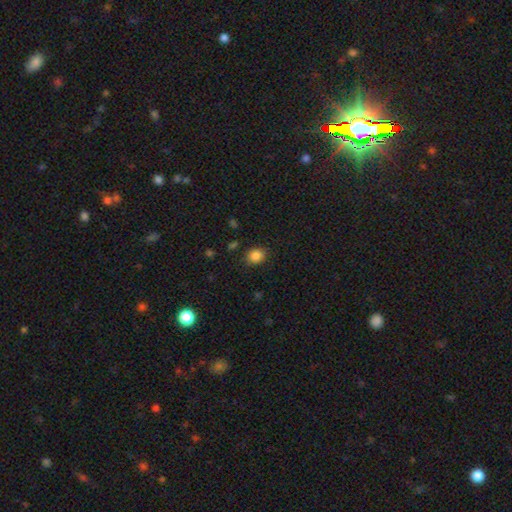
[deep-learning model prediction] smooth_or_featured: smooth (p=0.86) [alt: star or artifact p=0.10]
how_rounded: round (p=0.59) [alt: in between p=0.40]
merging: none (p=0.85) [alt: minor disturbance p=0.10]